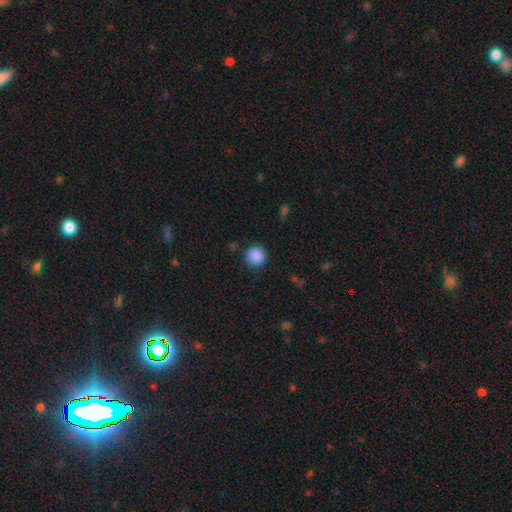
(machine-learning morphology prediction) smooth_or_featured: smooth (p=0.88) [alt: star or artifact p=0.09]
how_rounded: round (p=0.93) [alt: in between p=0.06]
merging: none (p=0.86) [alt: minor disturbance p=0.10]